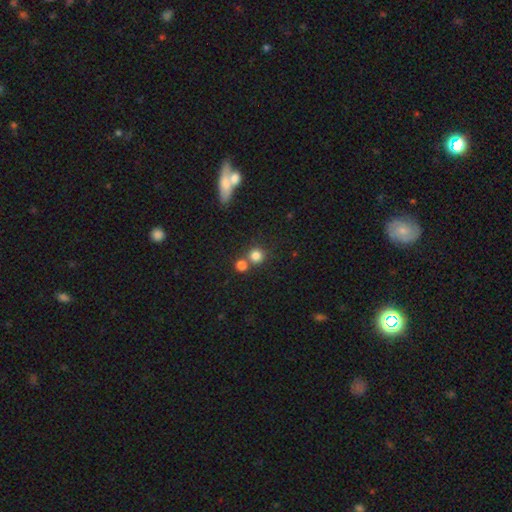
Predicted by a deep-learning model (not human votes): Smooth or featured: smooth — 80% (star or artifact — 13%)
How rounded: round — 90% (in between — 9%)
Merging: none — 58% (merger — 31%)